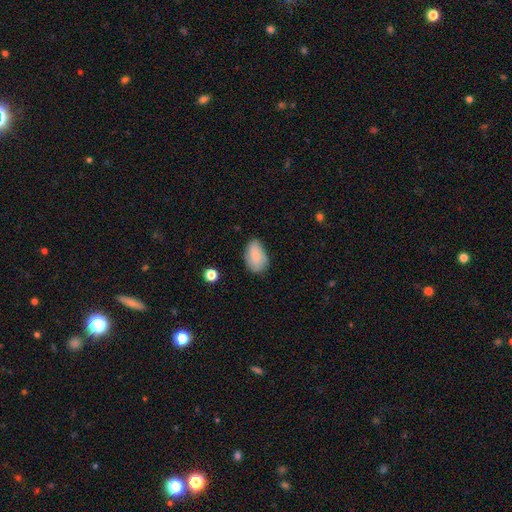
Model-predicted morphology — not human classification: Smooth or featured?
  - smooth: 79% *
  - featured or disk: 13%
  - star or artifact: 7%
How rounded?
  - in between: 90% *
  - round: 8%
  - cigar-shaped: 2%
Merging?
  - none: 69% *
  - minor disturbance: 25%
  - major disturbance: 5%
  - merger: 2%